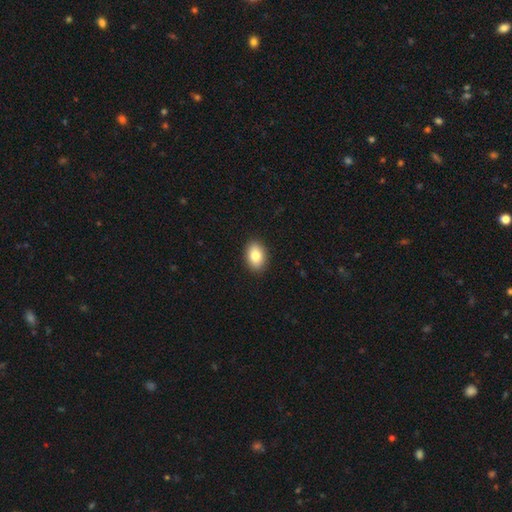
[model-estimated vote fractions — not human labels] Smooth or featured?
  - smooth: 83% *
  - featured or disk: 10%
  - star or artifact: 8%
How rounded?
  - in between: 84% *
  - round: 14%
  - cigar-shaped: 1%
Merging?
  - none: 91% *
  - minor disturbance: 7%
  - major disturbance: 2%
  - merger: 1%